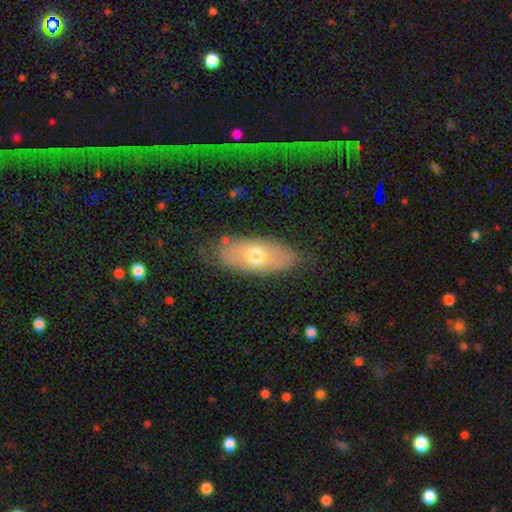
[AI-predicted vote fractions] Smooth or featured? Predicted: smooth (p=0.58). How rounded? Predicted: in between (p=0.85). Merging? Predicted: none (p=0.74).